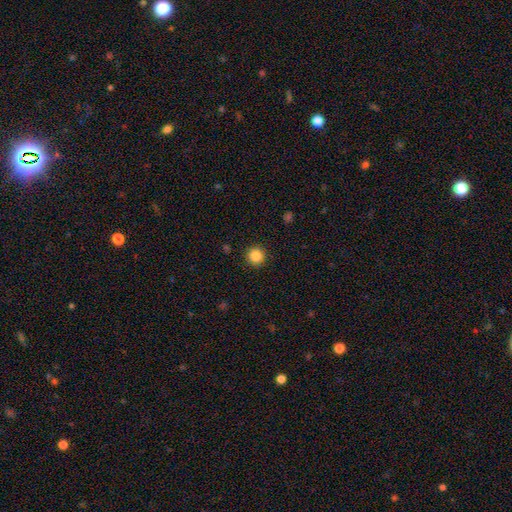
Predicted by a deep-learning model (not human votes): The model was most divided on "smooth or featured": smooth: 85%, star or artifact: 11%, featured or disk: 4%. More confident: how rounded — round (96%); merging — none (92%).